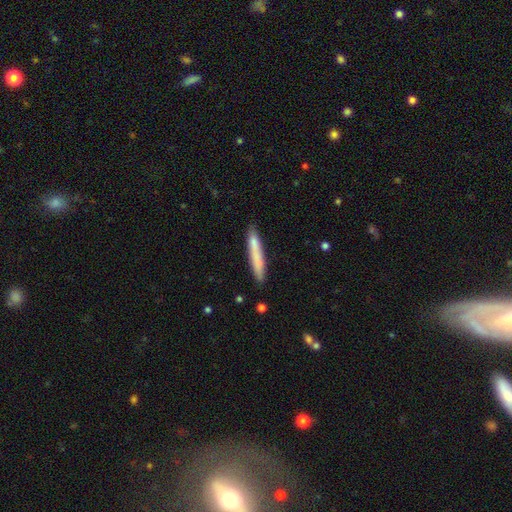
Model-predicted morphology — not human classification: This appears to be a smooth galaxy with no disk features (74%) that is cigar-shaped (94%). Merging: none (82%).